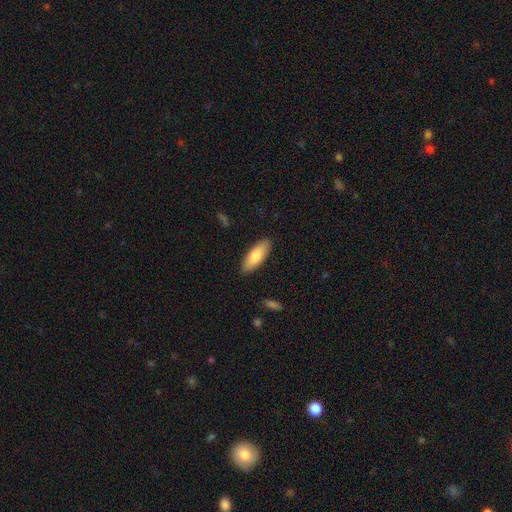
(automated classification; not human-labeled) Smooth or featured?
  - smooth: 82% *
  - featured or disk: 13%
  - star or artifact: 5%
How rounded?
  - in between: 68% *
  - cigar-shaped: 31%
  - round: 2%
Merging?
  - none: 87% *
  - minor disturbance: 10%
  - major disturbance: 2%
  - merger: 1%